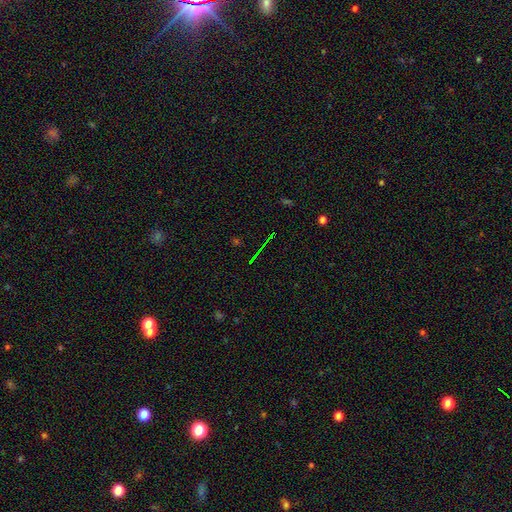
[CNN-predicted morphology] smooth_or_featured: star or artifact (p=0.74) [alt: featured or disk p=0.13]